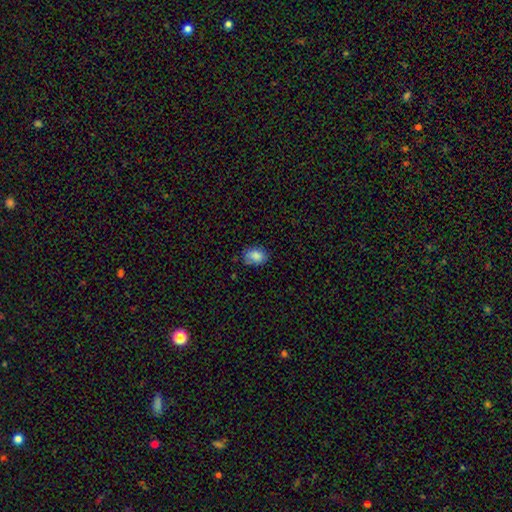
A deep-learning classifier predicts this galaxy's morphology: Smooth or featured?
  - smooth: 86% *
  - star or artifact: 8%
  - featured or disk: 6%
How rounded?
  - in between: 76% *
  - round: 23%
  - cigar-shaped: 1%
Merging?
  - none: 74% *
  - minor disturbance: 21%
  - major disturbance: 4%
  - merger: 1%